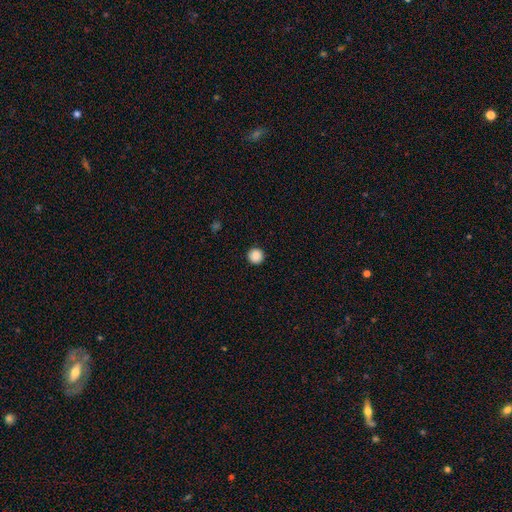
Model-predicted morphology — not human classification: This is clearly a smooth galaxy (88%). How rounded: clearly round (96%). Merging: clearly none (93%).